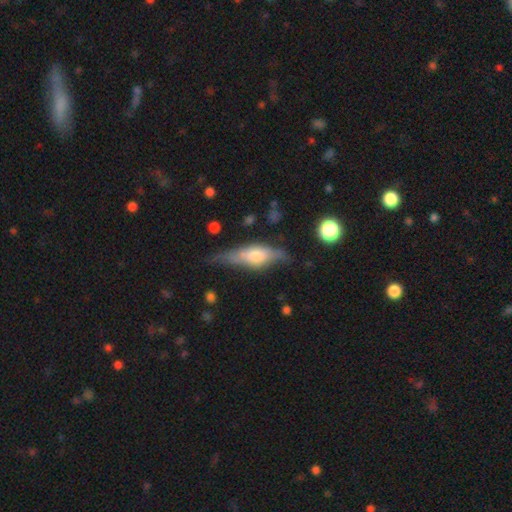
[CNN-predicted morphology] featured or disk 56%, smooth 38%, star or artifact 7%. Down the decision tree: edge-on disk — yes (82%); merging — none (58%).